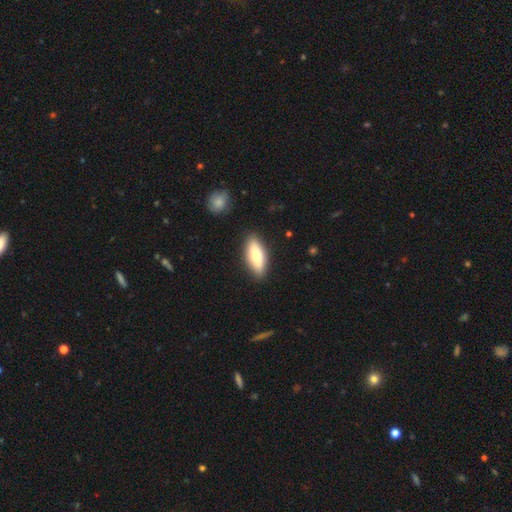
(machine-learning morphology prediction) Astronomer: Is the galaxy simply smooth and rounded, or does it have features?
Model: smooth — 67%.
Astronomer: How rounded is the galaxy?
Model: in between — 70%.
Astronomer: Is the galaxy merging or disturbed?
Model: none — 88%.